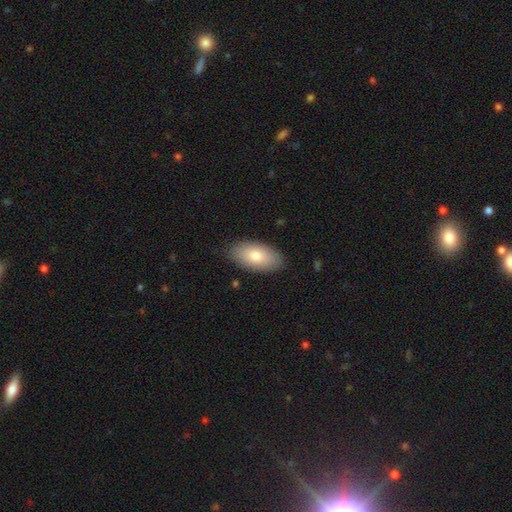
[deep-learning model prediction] Smooth or featured? Predicted: smooth (p=0.78). How rounded? Predicted: in between (p=0.94). Merging? Predicted: none (p=0.86).